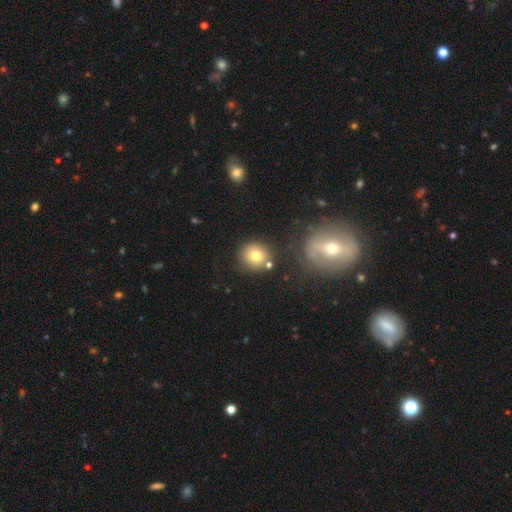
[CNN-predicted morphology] smooth-or-featured: smooth: 76% | featured or disk: 13% | star or artifact: 11%
  how-rounded: round: 89% | in between: 10% | cigar-shaped: 1%
  merging: none: 75% | minor disturbance: 11% | merger: 11% | major disturbance: 4%